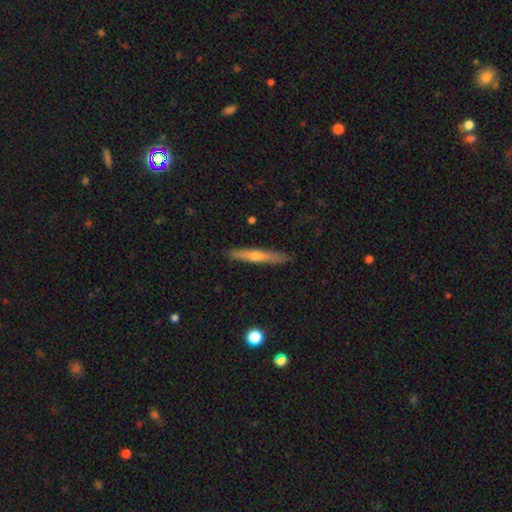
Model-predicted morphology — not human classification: This appears to be a smooth galaxy with no disk features (47%, tied with featured or disk). Merging: none (89%).